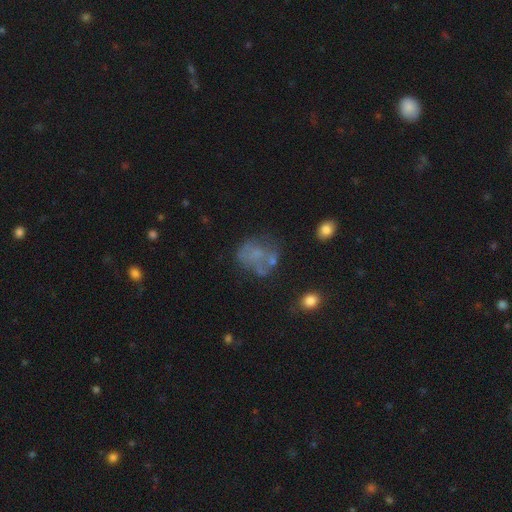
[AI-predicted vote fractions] Smooth or featured? smooth (42%)
Merging? none (40%)